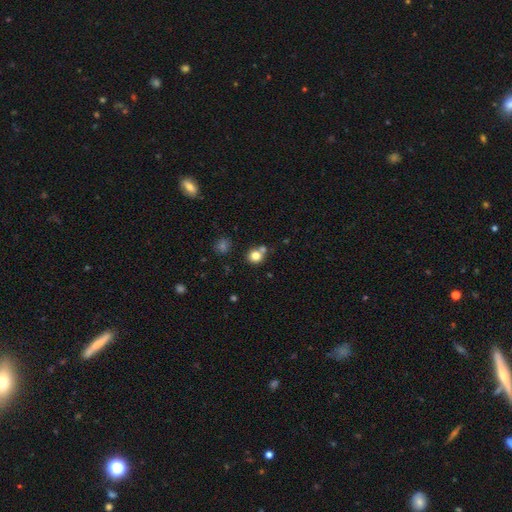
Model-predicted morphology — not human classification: This appears to be a smooth galaxy with no disk features (79%) that is round (84%). Merging: none (63%).